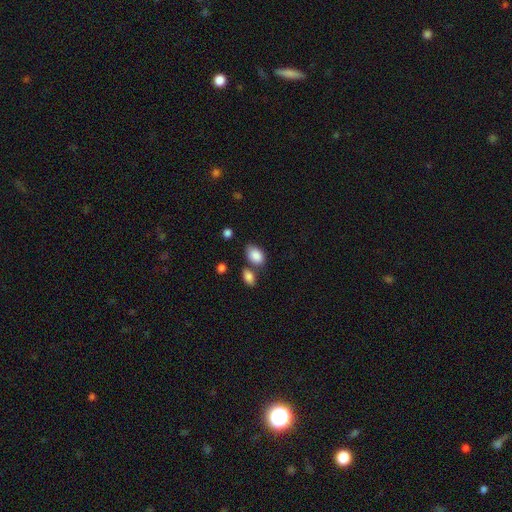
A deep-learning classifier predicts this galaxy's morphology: type=smooth (87%); roundness=in between (87%); merging=none (56%).